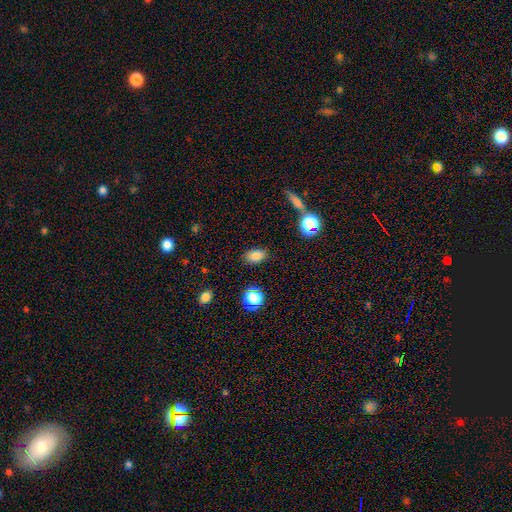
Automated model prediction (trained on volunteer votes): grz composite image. It shows a smooth galaxy with no disk features (83%) that is in between round and cigar-shaped (85%). Merging: none (85%).